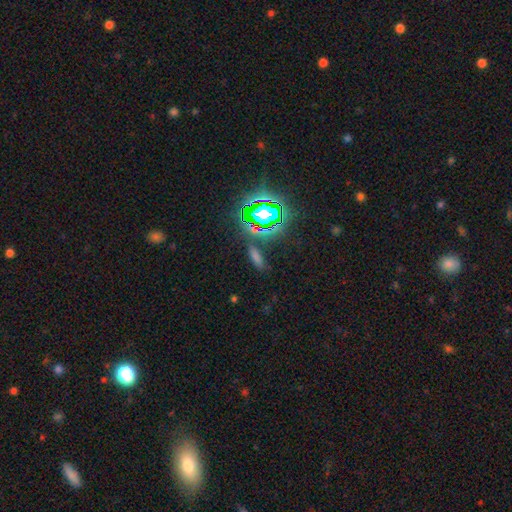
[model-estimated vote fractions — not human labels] Morphology: type=smooth (49%); merging=none (79%).